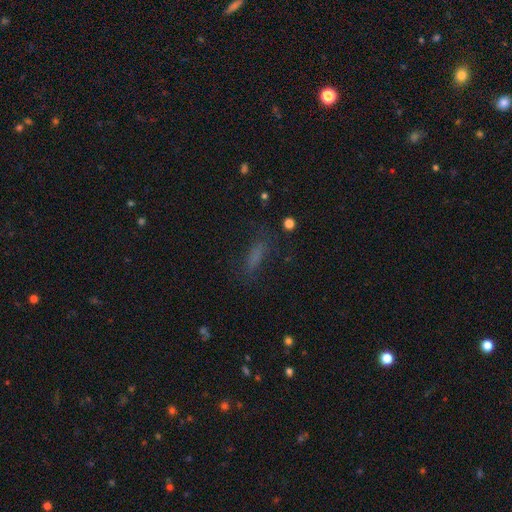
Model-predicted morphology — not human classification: A smooth galaxy with no disk features (64%) that is cigar-shaped (52%). Merging: none (69%).